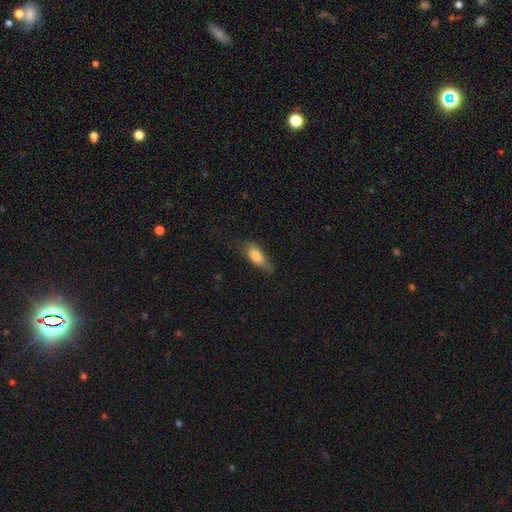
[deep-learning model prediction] Q: Smooth or featured?
A: smooth (81%); runner-up: featured or disk (12%)
Q: How rounded?
A: in between (79%); runner-up: cigar-shaped (18%)
Q: Merging?
A: none (54%); runner-up: minor disturbance (32%)